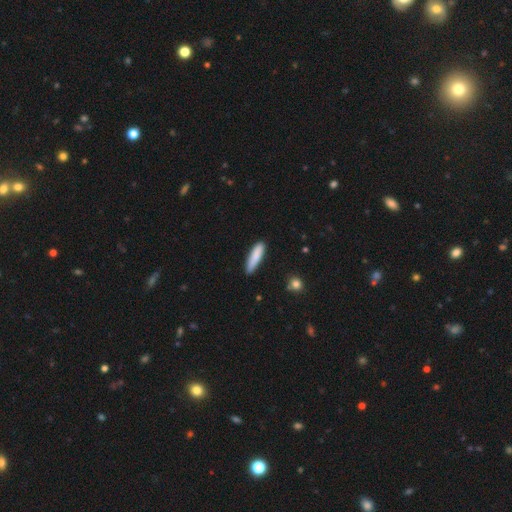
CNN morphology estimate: smooth-or-featured: smooth: 85% | featured or disk: 9% | star or artifact: 6%
  how-rounded: cigar-shaped: 74% | in between: 24% | round: 1%
  merging: none: 84% | minor disturbance: 13% | major disturbance: 2% | merger: 1%